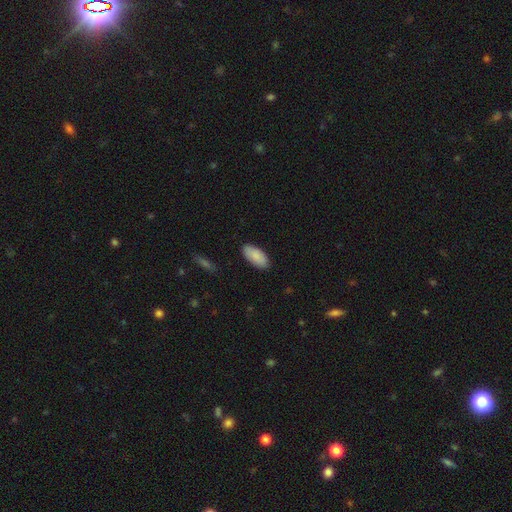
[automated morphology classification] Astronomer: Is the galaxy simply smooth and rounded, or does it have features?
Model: smooth — 88%.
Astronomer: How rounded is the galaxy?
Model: in between — 92%.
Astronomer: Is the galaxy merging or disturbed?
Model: none — 87%.